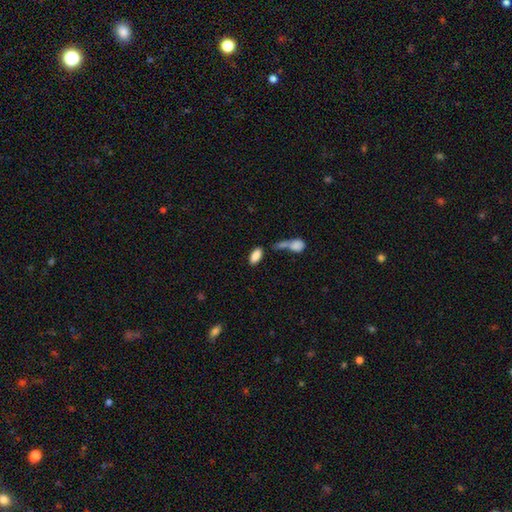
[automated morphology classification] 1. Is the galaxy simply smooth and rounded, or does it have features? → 86% smooth, 7% star or artifact, 7% featured or disk.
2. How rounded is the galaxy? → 89% in between, 8% cigar-shaped, 3% round.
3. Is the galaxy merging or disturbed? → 57% none, 25% merger, 12% minor disturbance, 6% major disturbance.